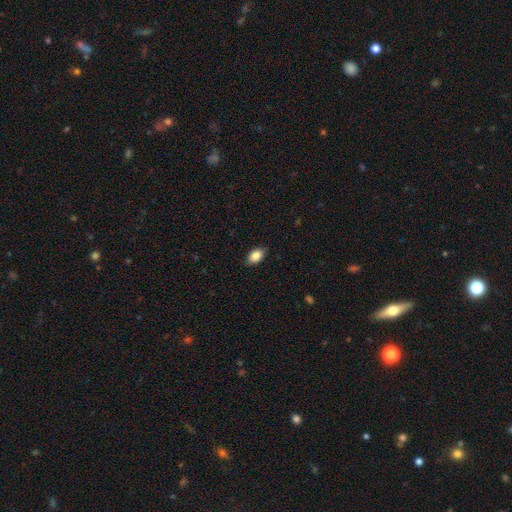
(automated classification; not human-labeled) Smooth or featured? smooth (86%)
How rounded? in between (88%)
Merging? none (86%)